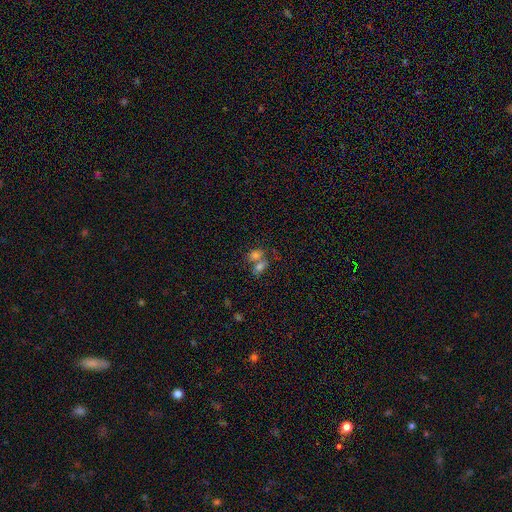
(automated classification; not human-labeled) smooth_or_featured: smooth (p=0.67) [alt: featured or disk p=0.16]
how_rounded: in between (p=0.62) [alt: round p=0.36]
merging: merger (p=0.60) [alt: none p=0.27]